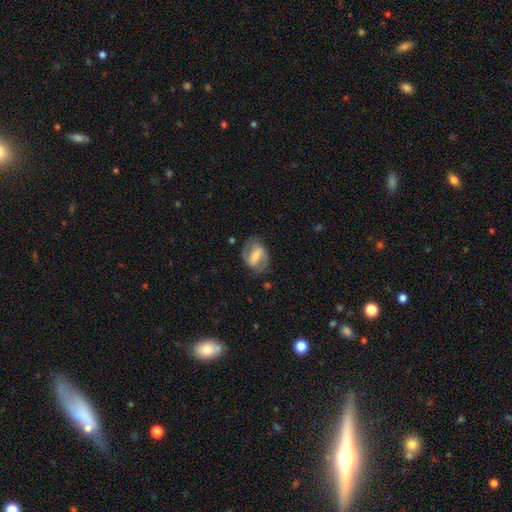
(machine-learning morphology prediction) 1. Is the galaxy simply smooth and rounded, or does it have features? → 70% featured or disk, 23% smooth, 7% star or artifact.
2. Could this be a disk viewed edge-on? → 96% no, 4% yes.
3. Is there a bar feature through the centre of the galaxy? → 64% strong, 26% weak, 9% no.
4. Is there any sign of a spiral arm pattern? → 84% yes, 16% no.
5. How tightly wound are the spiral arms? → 48% medium, 29% tight, 23% loose.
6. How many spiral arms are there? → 87% 2, 7% can't tell, 4% 1, 1% 3, 1% 4, 1% more than 4.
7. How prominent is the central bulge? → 28% moderate, 27% small, 27% none, 16% large, 3% dominant.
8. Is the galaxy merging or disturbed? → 73% none, 17% minor disturbance, 8% major disturbance, 2% merger.